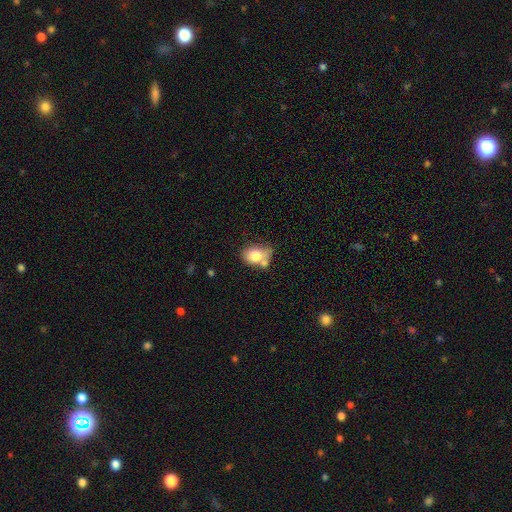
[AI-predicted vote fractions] Overall: smooth (78%). How rounded: in between (62%; round 37%). Merging: merger (36%; none 33%).